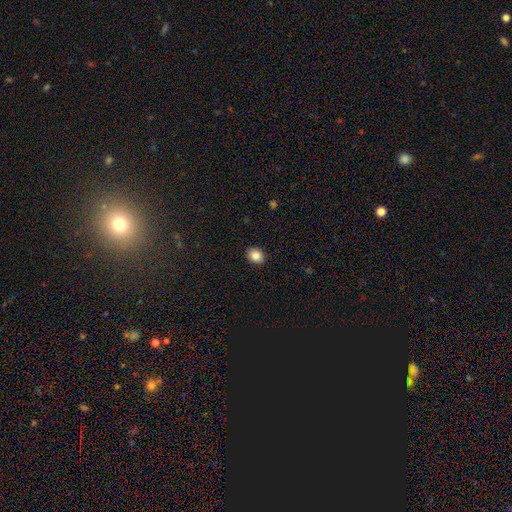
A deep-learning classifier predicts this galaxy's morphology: This appears to be a smooth galaxy with no disk features (85%) that is round (56%). Merging: none (90%).